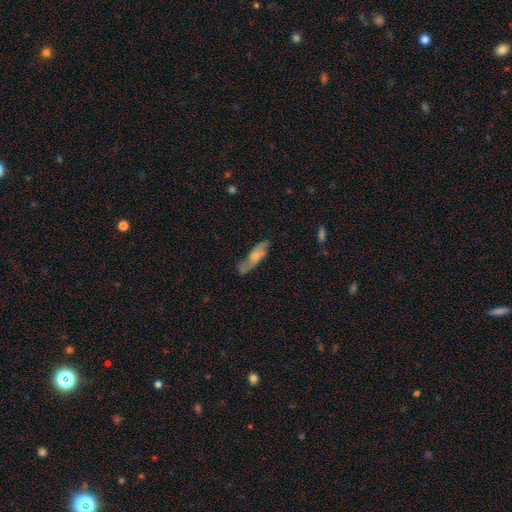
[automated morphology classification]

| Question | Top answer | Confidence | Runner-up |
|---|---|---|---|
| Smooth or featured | featured or disk | 49% | smooth (45%) |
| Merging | none | 63% | minor disturbance (24%) |